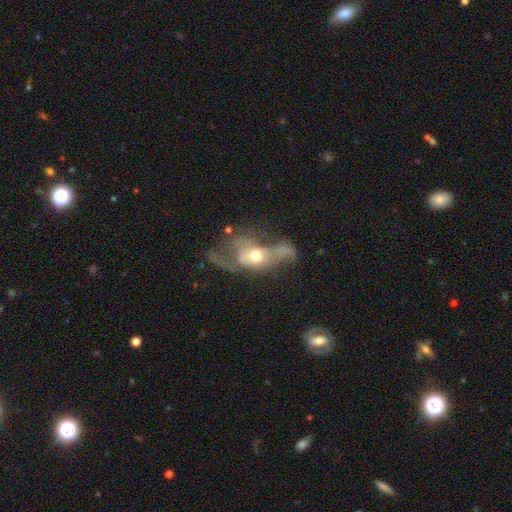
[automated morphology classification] Smooth or featured: featured or disk — 49% (smooth — 40%)
Merging: major disturbance — 60% (merger — 17%)